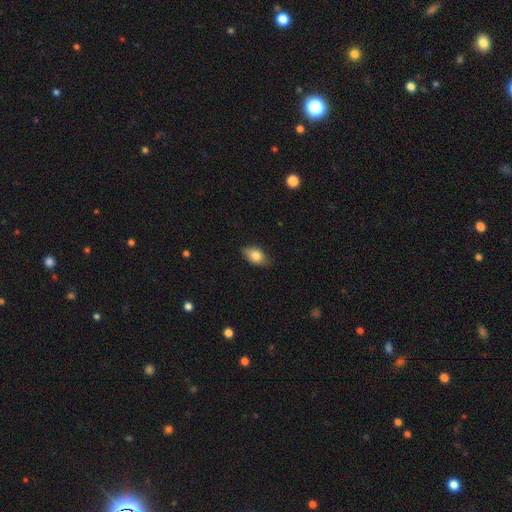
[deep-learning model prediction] The model was most divided on "merging": none: 75%, minor disturbance: 21%, major disturbance: 3%, merger: 1%. More confident: how rounded — in between (85%); smooth or featured — smooth (77%).